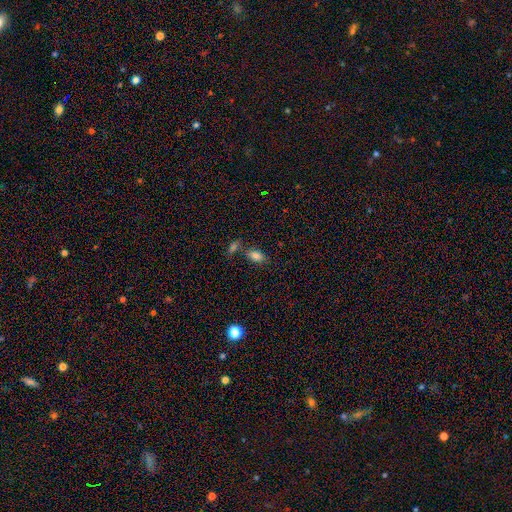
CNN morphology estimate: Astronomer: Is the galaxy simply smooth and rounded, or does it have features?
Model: smooth — 83%.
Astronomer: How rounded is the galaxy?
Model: in between — 88%.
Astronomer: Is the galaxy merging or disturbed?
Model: none — 62%.